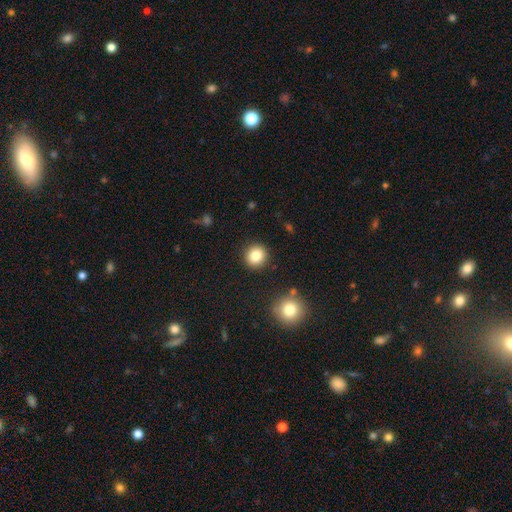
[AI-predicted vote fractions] Smooth or featured? smooth (83%)
How rounded? round (92%)
Merging? none (90%)